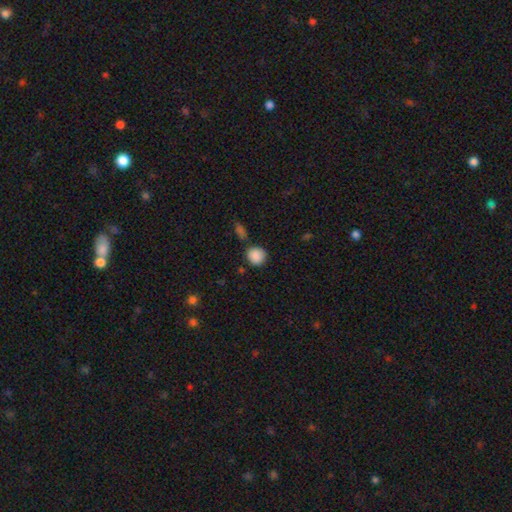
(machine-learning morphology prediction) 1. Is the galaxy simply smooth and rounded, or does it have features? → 87% smooth, 8% star or artifact, 5% featured or disk.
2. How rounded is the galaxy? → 85% round, 14% in between, 1% cigar-shaped.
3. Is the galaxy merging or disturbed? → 75% none, 14% minor disturbance, 8% merger, 3% major disturbance.